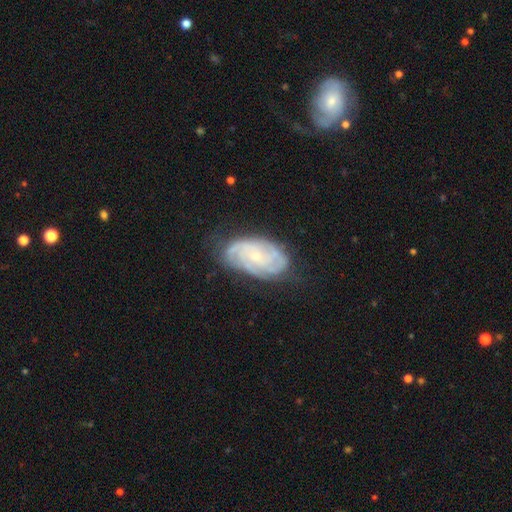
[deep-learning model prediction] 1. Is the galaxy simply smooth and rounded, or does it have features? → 79% featured or disk, 14% smooth, 7% star or artifact.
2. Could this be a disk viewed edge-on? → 96% no, 4% yes.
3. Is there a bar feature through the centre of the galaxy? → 74% no, 22% weak, 4% strong.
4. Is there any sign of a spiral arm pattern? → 95% yes, 5% no.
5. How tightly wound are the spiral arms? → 68% tight, 27% medium, 6% loose.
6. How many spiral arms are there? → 32% can't tell, 22% 3, 19% 2, 17% 4, 6% more than 4, 5% 1.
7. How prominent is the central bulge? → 70% small, 26% moderate, 2% none, 1% large, 1% dominant.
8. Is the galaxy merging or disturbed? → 71% none, 21% minor disturbance, 6% major disturbance, 1% merger.